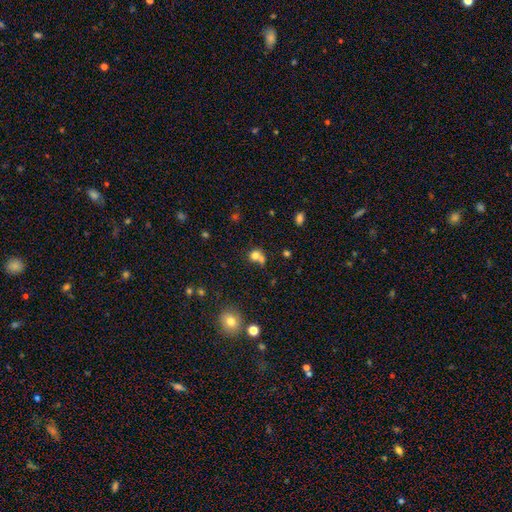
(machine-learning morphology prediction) This is likely a smooth galaxy (74%). How rounded: likely round (77%). Merging: possibly merger (52%).